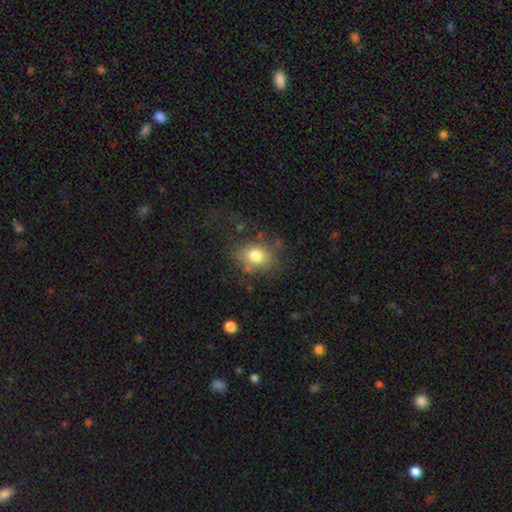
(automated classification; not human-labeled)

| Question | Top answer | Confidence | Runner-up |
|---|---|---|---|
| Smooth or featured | smooth | 76% | featured or disk (14%) |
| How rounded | in between | 57% | round (42%) |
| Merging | none | 65% | minor disturbance (19%) |